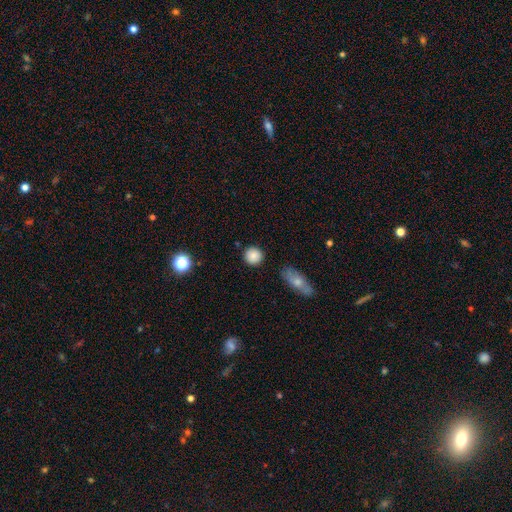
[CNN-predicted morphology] Smooth or featured: smooth — 75% (star or artifact — 16%)
How rounded: round — 87% (in between — 10%)
Merging: none — 85% (minor disturbance — 10%)